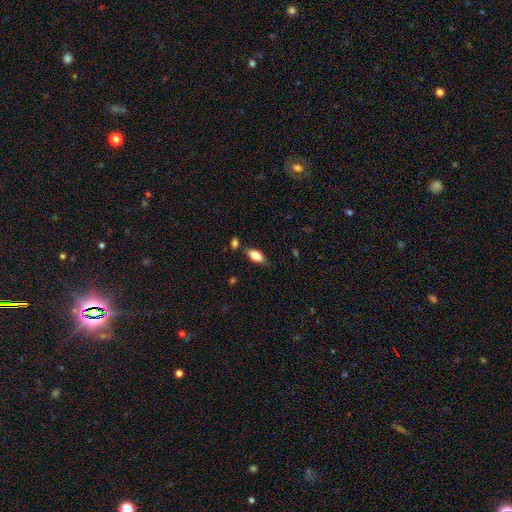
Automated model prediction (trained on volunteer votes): smooth 83%, featured or disk 10%, star or artifact 7%. Down the decision tree: how rounded — in between (88%); merging — none (70%).